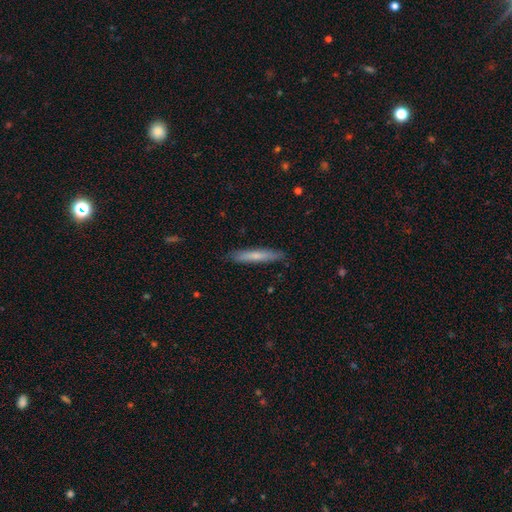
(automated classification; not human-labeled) Morphology: type=smooth (64%); roundness=cigar-shaped (94%); merging=none (88%).